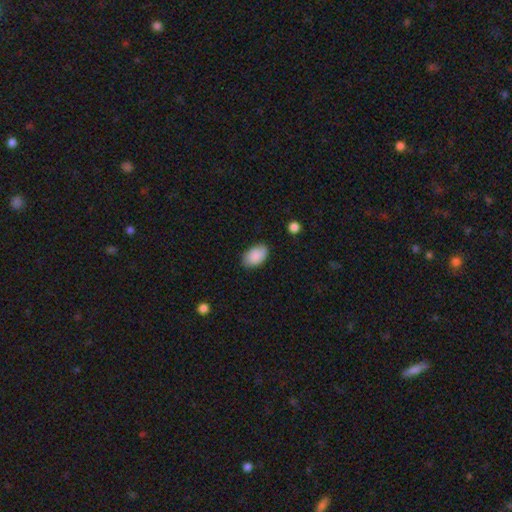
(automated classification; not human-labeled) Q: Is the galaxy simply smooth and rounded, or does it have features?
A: smooth — 87%.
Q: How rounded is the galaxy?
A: in between — 91%.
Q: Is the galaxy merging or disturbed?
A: none — 76%.